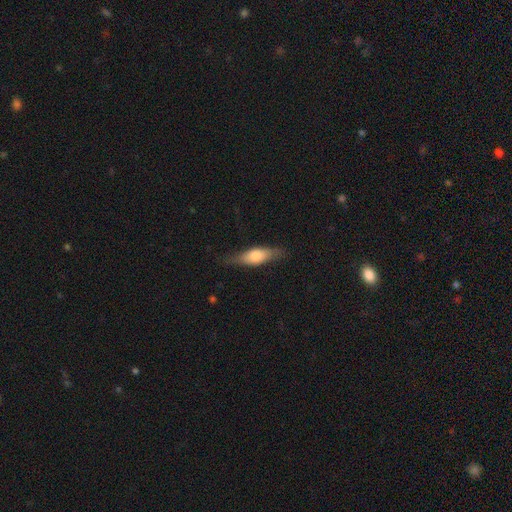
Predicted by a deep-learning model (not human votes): smooth_or_featured: smooth (p=0.56) [alt: featured or disk p=0.37]
how_rounded: in between (p=0.52) [alt: cigar-shaped p=0.44]
merging: none (p=0.76) [alt: minor disturbance p=0.18]